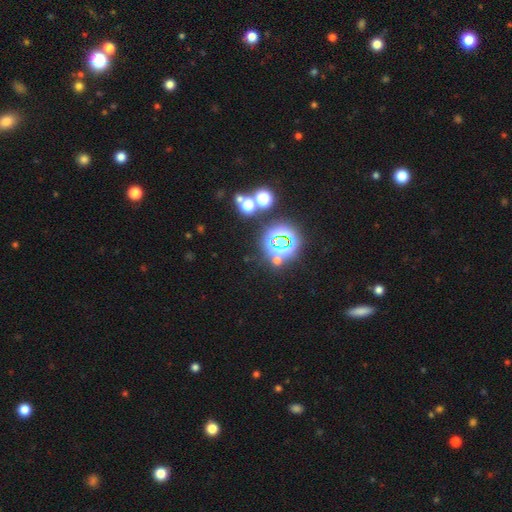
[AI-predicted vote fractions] Smooth or featured? Predicted: star or artifact (p=0.75).